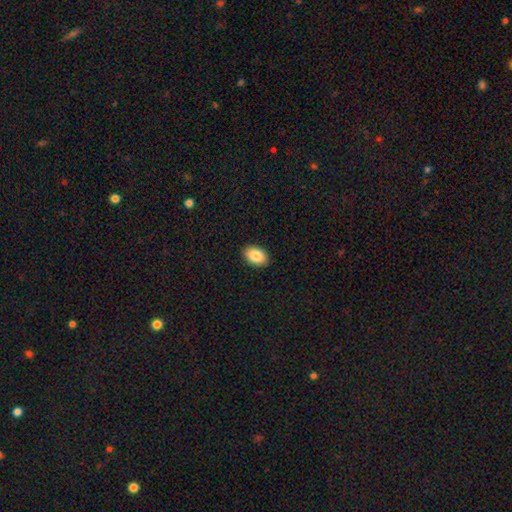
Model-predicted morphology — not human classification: A smooth galaxy with no disk features (86%) that is in between round and cigar-shaped (89%).

Vote fractions:
- Smooth or featured? smooth: 86% / featured or disk: 7% / star or artifact: 7%
- How rounded? in between: 89% / round: 10% / cigar-shaped: 1%
- Merging? none: 91% / minor disturbance: 7% / major disturbance: 2% / merger: 1%